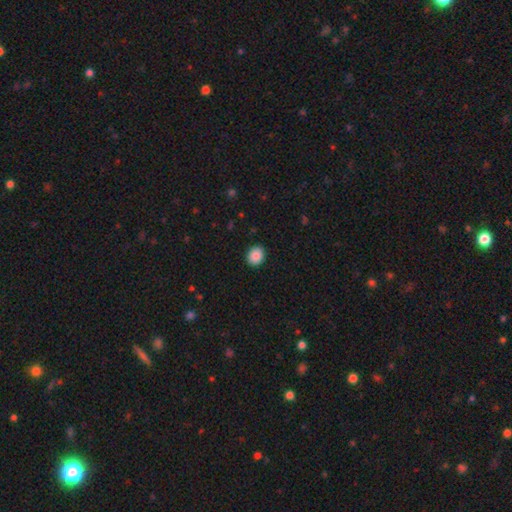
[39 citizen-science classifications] Morphology: type=smooth (87%); roundness=round (71%); merging=none (83%).